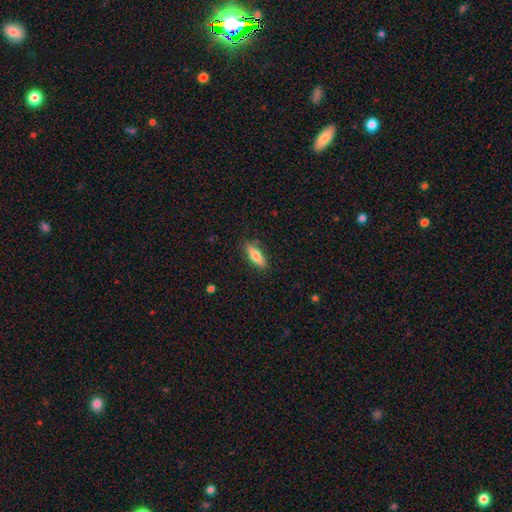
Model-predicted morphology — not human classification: smooth_or_featured: smooth (p=0.71) [alt: featured or disk p=0.23]
how_rounded: cigar-shaped (p=0.51) [alt: in between p=0.47]
merging: none (p=0.85) [alt: minor disturbance p=0.12]